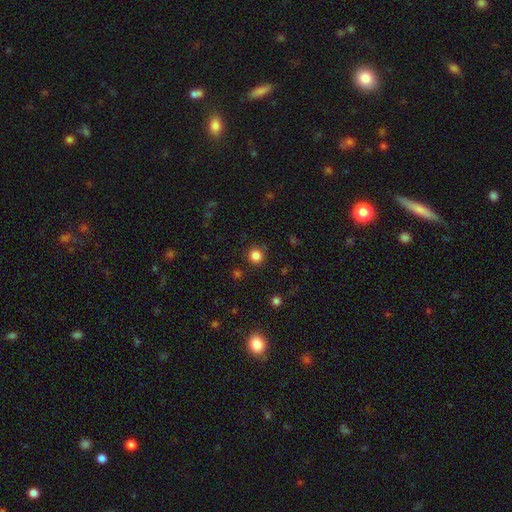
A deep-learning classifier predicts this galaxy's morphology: smooth 82%, star or artifact 13%, featured or disk 4%. Down the decision tree: how rounded — round (93%); merging — none (90%).